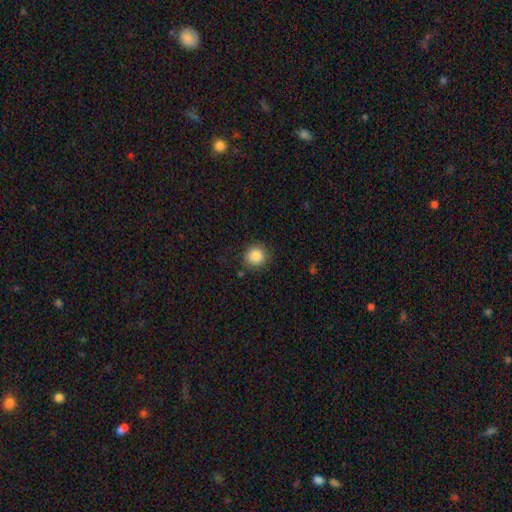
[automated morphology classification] type=smooth (86%); roundness=round (89%); merging=none (85%).